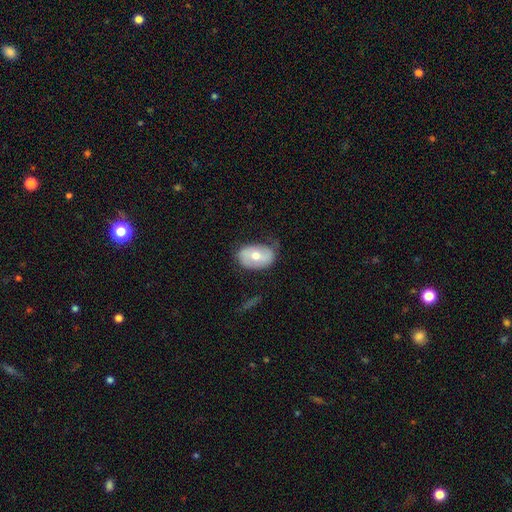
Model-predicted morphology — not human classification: This appears to be a smooth galaxy with no disk features (52%) that is in between round and cigar-shaped (86%). Merging: none (65%).